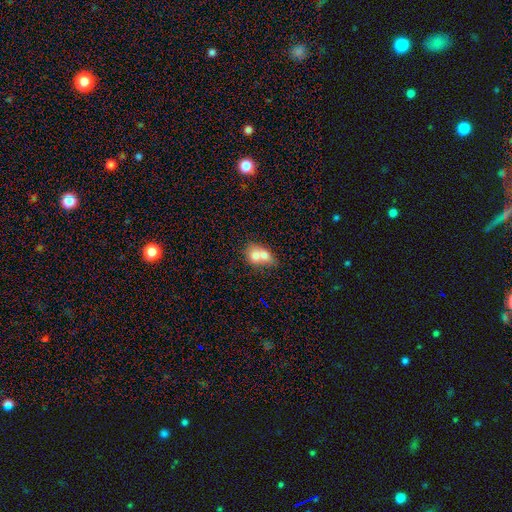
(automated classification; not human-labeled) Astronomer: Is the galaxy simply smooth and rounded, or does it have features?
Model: smooth — 68%.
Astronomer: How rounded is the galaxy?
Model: in between — 54% (runner-up: round, 44%).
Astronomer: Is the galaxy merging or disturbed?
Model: merger — 72%.